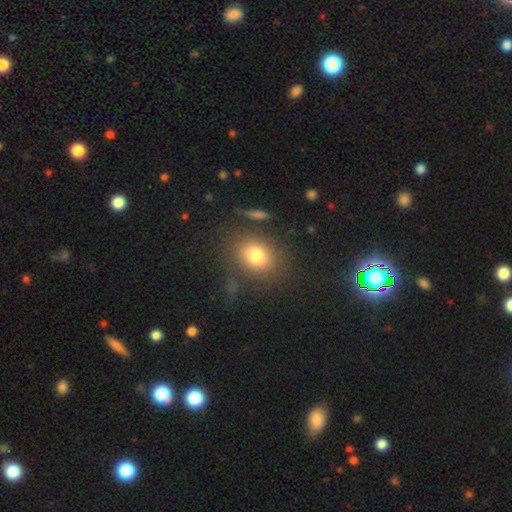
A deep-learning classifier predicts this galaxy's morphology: Q: Smooth or featured?
A: smooth (78%); runner-up: star or artifact (12%)
Q: How rounded?
A: round (57%); runner-up: in between (41%)
Q: Merging?
A: none (77%); runner-up: minor disturbance (12%)